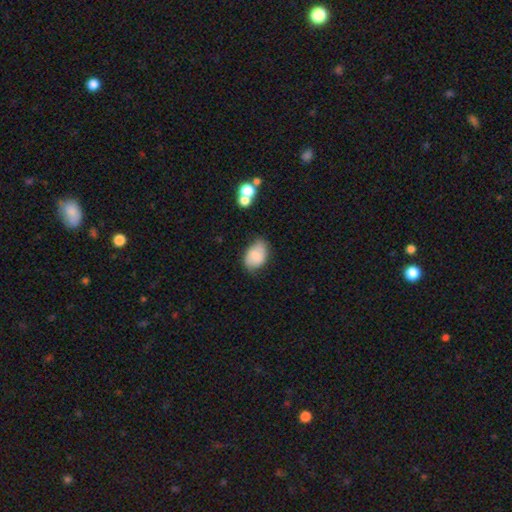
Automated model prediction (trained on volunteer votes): smooth 73%, featured or disk 19%, star or artifact 8%. Down the decision tree: how rounded — in between (85%); merging — none (61%).